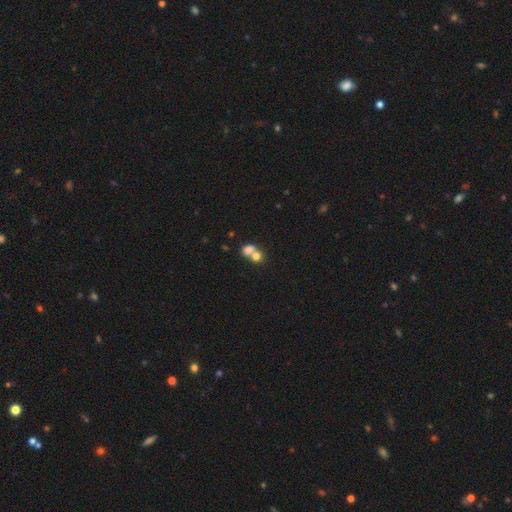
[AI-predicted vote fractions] A smooth galaxy with no disk features (75%) that is round (62%). Merging: merger (65%).